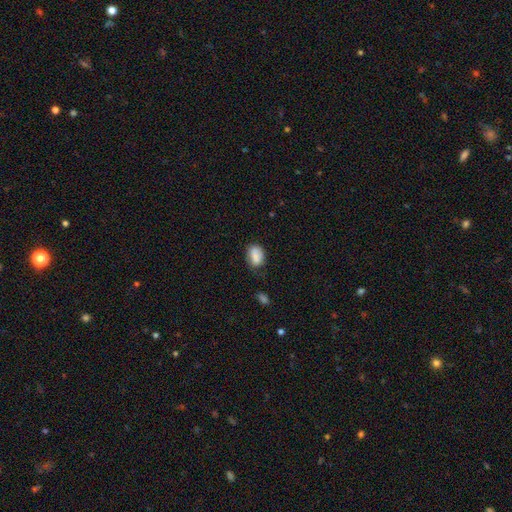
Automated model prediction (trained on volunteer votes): Smooth or featured: smooth — 83% (star or artifact — 8%)
How rounded: in between — 81% (round — 17%)
Merging: none — 59% (minor disturbance — 30%)